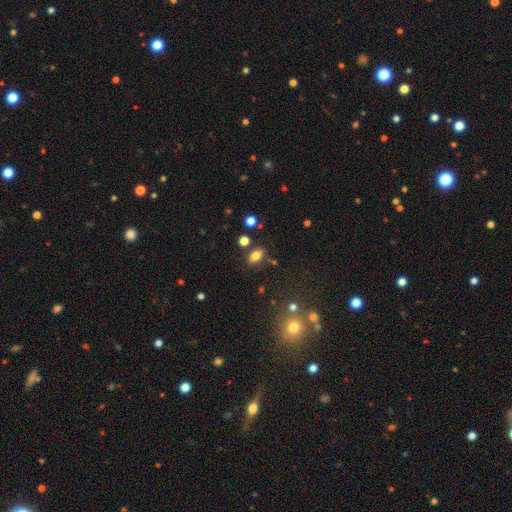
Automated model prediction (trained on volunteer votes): Smooth or featured? Predicted: smooth (p=0.79). How rounded? Predicted: in between (p=0.86). Merging? Predicted: none (p=0.79).